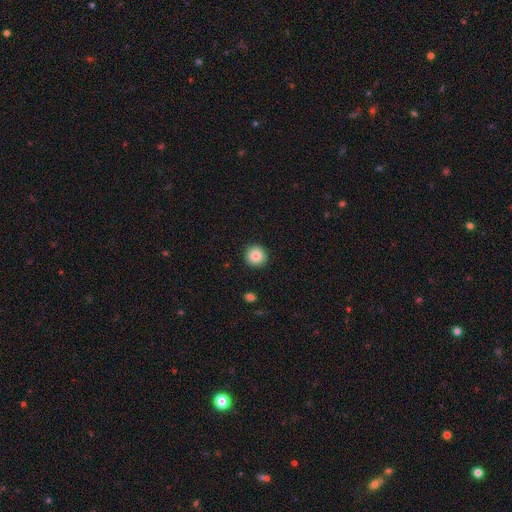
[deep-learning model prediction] Overall: smooth (87%). How rounded: round (95%). Merging: none (92%).